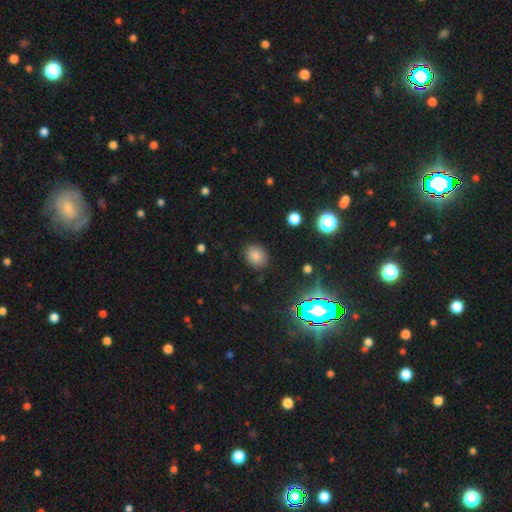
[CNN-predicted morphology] This is likely a smooth galaxy (79%). How rounded: possibly round (50%). Merging: clearly none (85%).